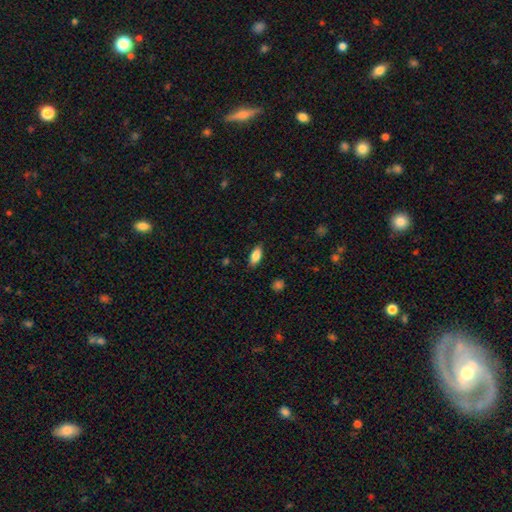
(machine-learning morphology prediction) type=smooth (84%); roundness=in between (87%); merging=none (87%).